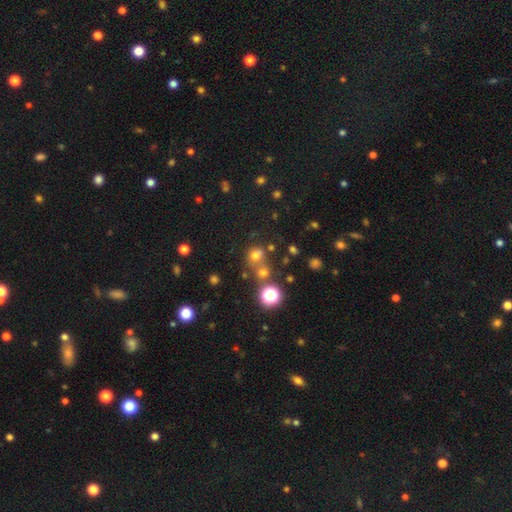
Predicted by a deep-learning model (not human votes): Smooth or featured? smooth (64%)
How rounded? round (78%)
Merging? none (53%)